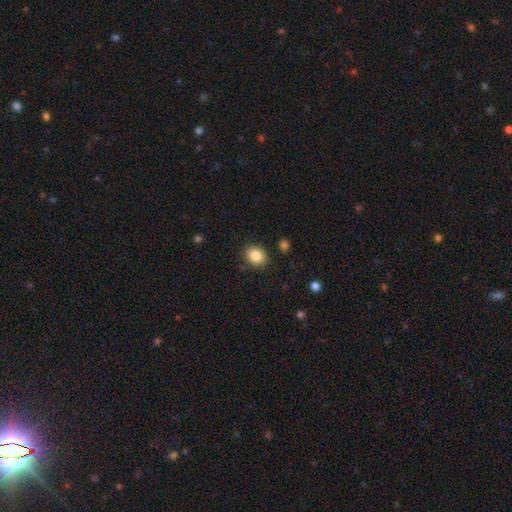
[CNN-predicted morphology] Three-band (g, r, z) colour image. It shows a smooth galaxy with no disk features (85%) that is in between round and cigar-shaped (52%). Merging: none (87%).